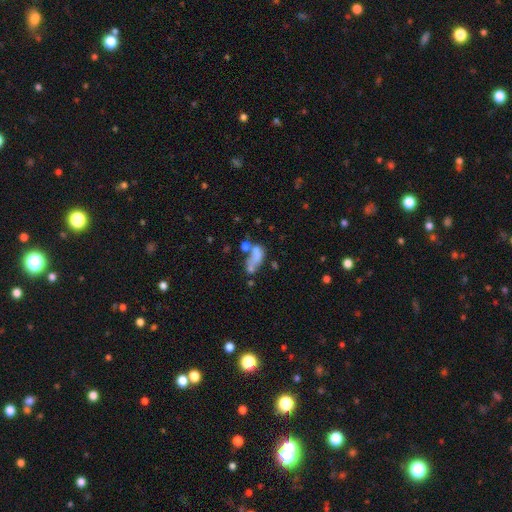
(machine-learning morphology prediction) smooth-or-featured: smooth: 59% | featured or disk: 28% | star or artifact: 13%
  how-rounded: in between: 82% | round: 10% | cigar-shaped: 9%
  merging: merger: 48% | major disturbance: 21% | none: 19% | minor disturbance: 13%